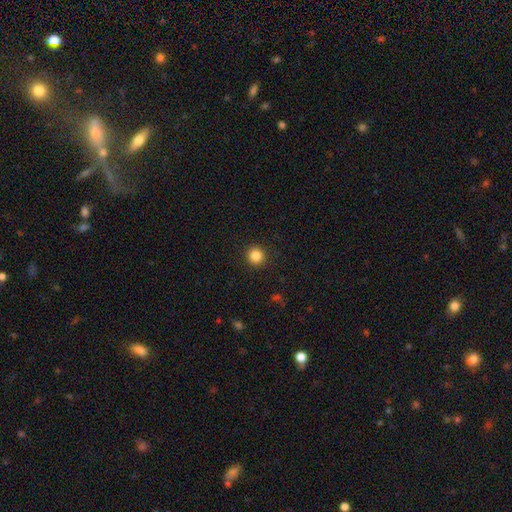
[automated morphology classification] A smooth galaxy with no disk features (85%) that is round (94%). Merging: none (92%).